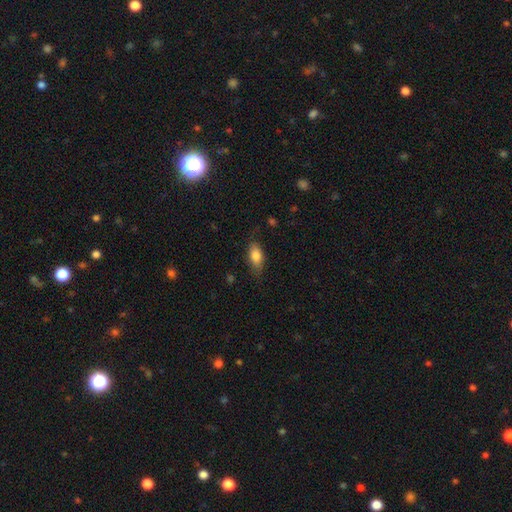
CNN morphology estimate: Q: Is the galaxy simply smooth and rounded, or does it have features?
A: smooth — 80%.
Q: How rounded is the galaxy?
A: in between — 85%.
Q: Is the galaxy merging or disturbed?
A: none — 73%.